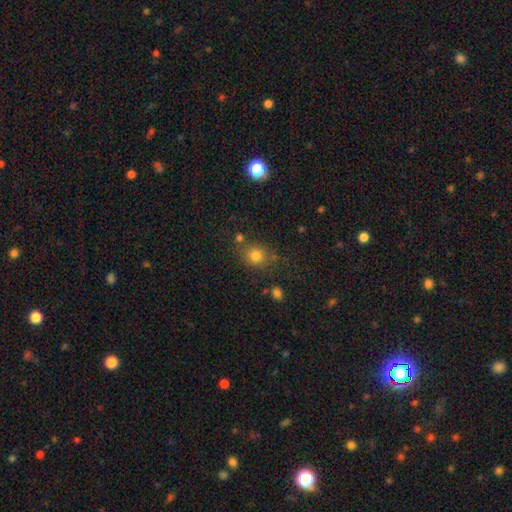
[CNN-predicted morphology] A smooth galaxy with no disk features (78%) that is round (74%).

Vote fractions:
- Smooth or featured? smooth: 78% / star or artifact: 14% / featured or disk: 8%
- How rounded? round: 74% / in between: 25% / cigar-shaped: 1%
- Merging? none: 75% / minor disturbance: 12% / merger: 8% / major disturbance: 5%